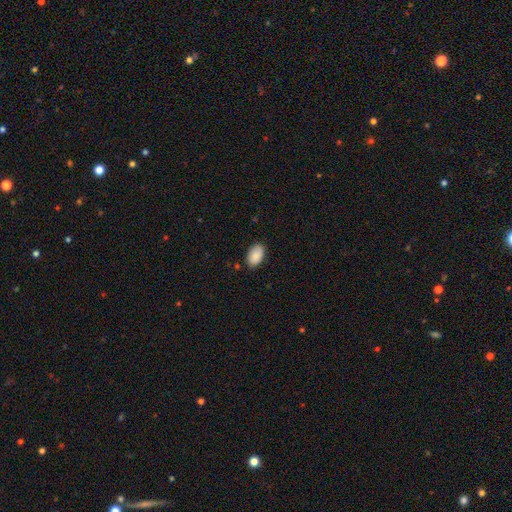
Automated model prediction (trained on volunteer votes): Overall: smooth (89%). How rounded: in between (93%). Merging: none (83%).